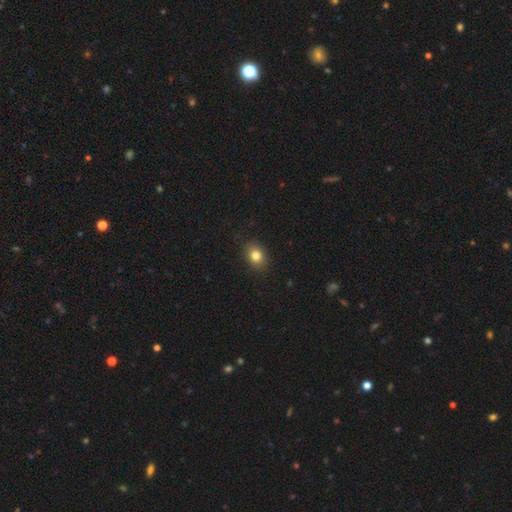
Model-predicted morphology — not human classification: smooth 81%, star or artifact 11%, featured or disk 8%. Down the decision tree: how rounded — in between (55%); merging — none (88%).